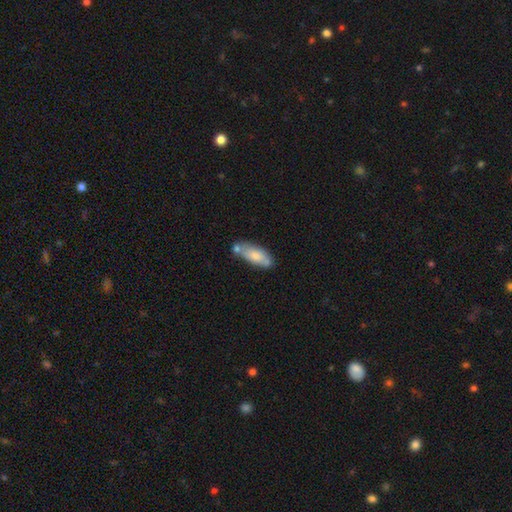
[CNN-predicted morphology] smooth-or-featured: smooth: 72% | featured or disk: 22% | star or artifact: 6%
  how-rounded: in between: 76% | cigar-shaped: 22% | round: 2%
  merging: none: 51% | merger: 23% | minor disturbance: 21% | major disturbance: 5%